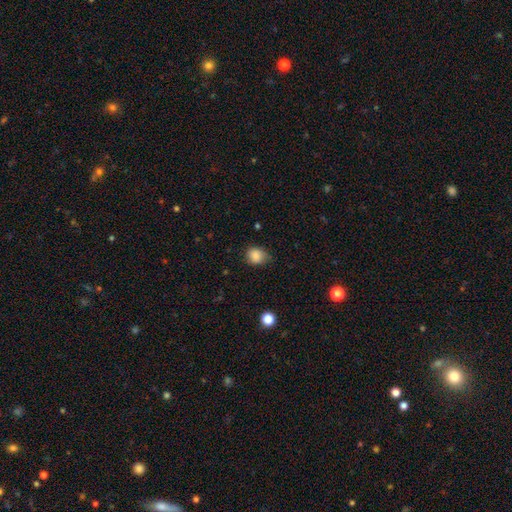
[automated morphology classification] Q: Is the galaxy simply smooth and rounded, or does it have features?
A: smooth — 84%.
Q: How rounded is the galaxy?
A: round — 68%.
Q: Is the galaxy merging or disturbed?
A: none — 68%.